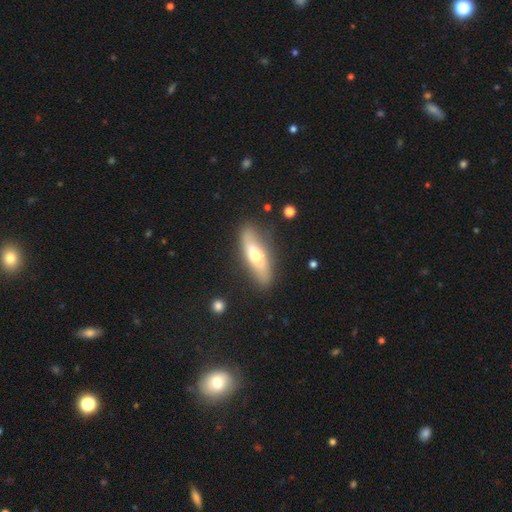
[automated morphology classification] Smooth or featured: smooth — 51% (featured or disk — 44%)
How rounded: cigar-shaped — 50% (in between — 47%)
Merging: none — 82% (minor disturbance — 13%)